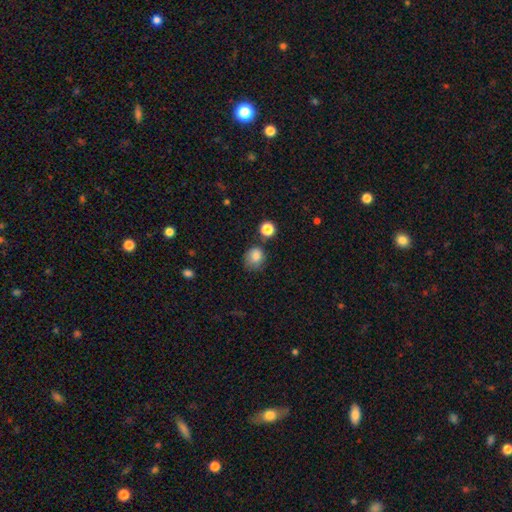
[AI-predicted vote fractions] smooth 83%, star or artifact 10%, featured or disk 7%. Down the decision tree: how rounded — round (76%); merging — none (61%).